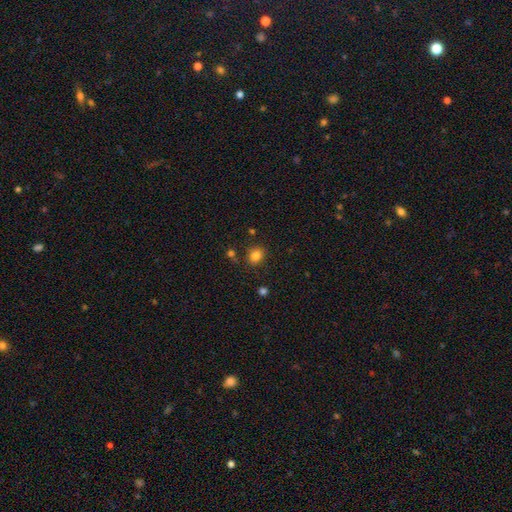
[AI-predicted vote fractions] Smooth or featured: smooth — 82% (star or artifact — 12%)
How rounded: round — 59% (in between — 40%)
Merging: none — 80% (minor disturbance — 12%)